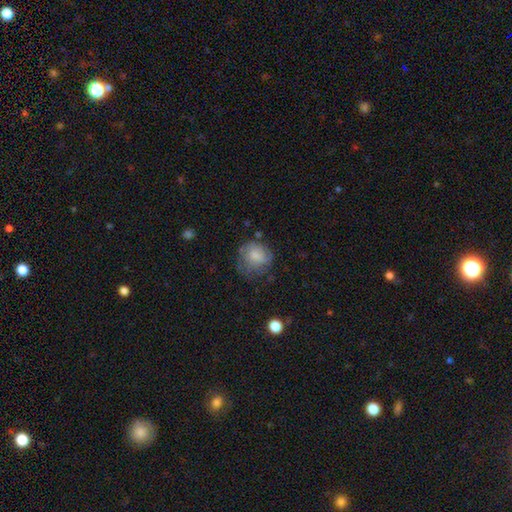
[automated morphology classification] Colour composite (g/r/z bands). It shows a smooth galaxy with no disk features (69%) that is round (75%). Merging: none (48%).